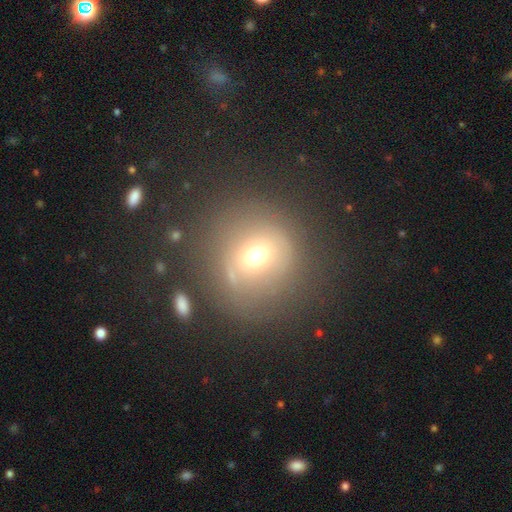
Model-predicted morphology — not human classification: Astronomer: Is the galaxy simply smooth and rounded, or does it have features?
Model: smooth — 57%.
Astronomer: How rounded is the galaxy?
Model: round — 87%.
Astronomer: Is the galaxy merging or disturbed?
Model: none — 71%.